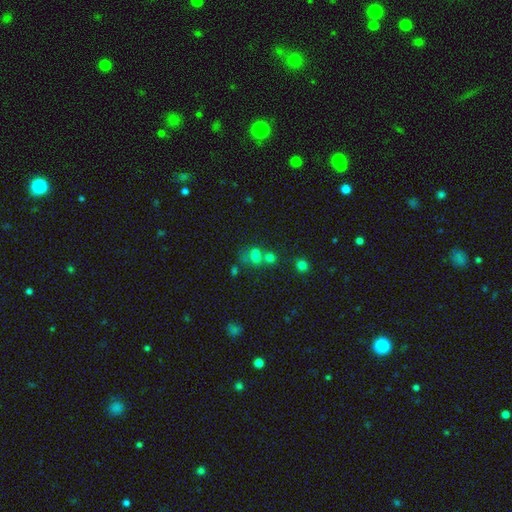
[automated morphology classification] Smooth or featured?
  - smooth: 69% *
  - star or artifact: 19%
  - featured or disk: 12%
How rounded?
  - in between: 62% *
  - round: 36%
  - cigar-shaped: 2%
Merging?
  - merger: 38% *
  - none: 36%
  - minor disturbance: 15%
  - major disturbance: 12%